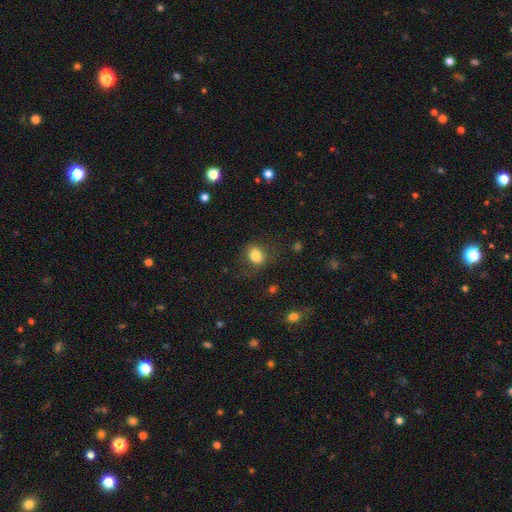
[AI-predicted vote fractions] smooth 82%, star or artifact 10%, featured or disk 7%. Down the decision tree: how rounded — in between (50%); merging — none (73%).